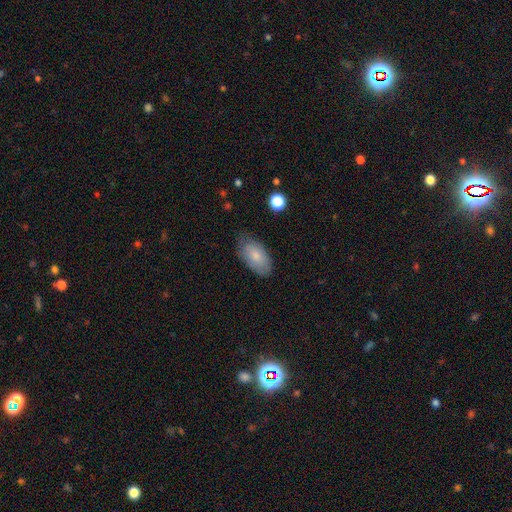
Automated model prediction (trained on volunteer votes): This is likely a smooth galaxy (80%). How rounded: clearly in between (94%). Merging: likely none (72%).